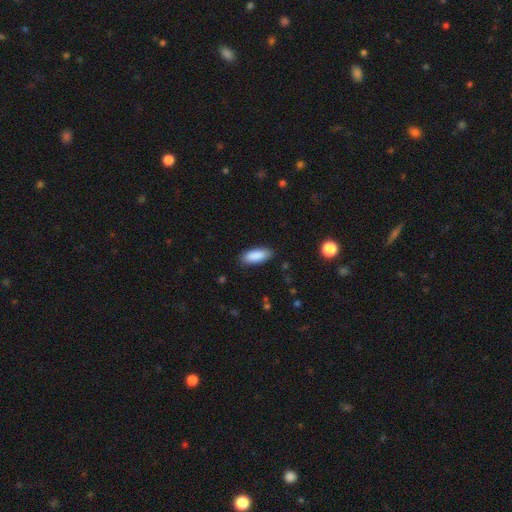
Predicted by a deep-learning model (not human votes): Morphology: type=smooth (90%); roundness=in between (80%); merging=none (87%).